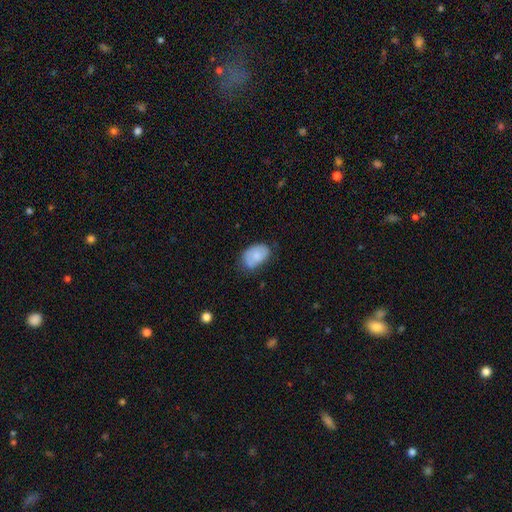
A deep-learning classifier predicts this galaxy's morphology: This is likely a smooth galaxy (77%). How rounded: clearly in between (89%). Merging: possibly none (56%).